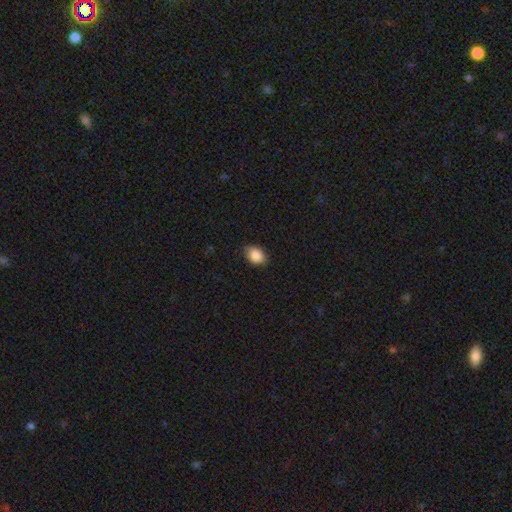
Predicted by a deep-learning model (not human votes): This appears to be a smooth galaxy with no disk features (88%) that is in between round and cigar-shaped (79%). Merging: none (82%).